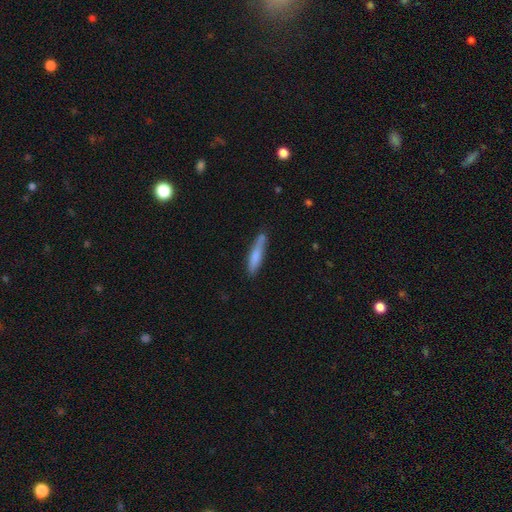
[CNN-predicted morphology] Overall: smooth (75%). How rounded: cigar-shaped (87%). Merging: none (72%).